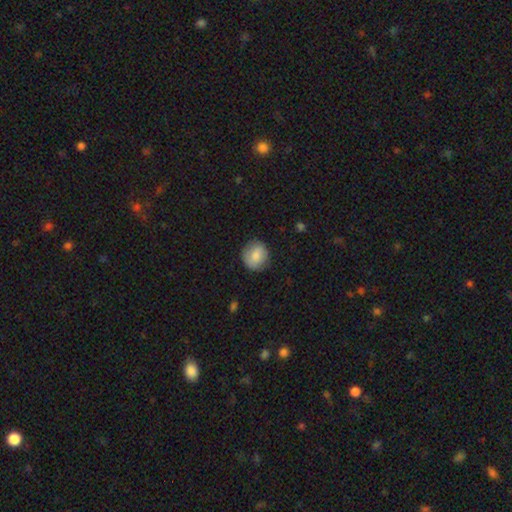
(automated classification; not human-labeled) This appears to be a smooth galaxy with no disk features (81%) that is round (84%). Merging: none (82%).